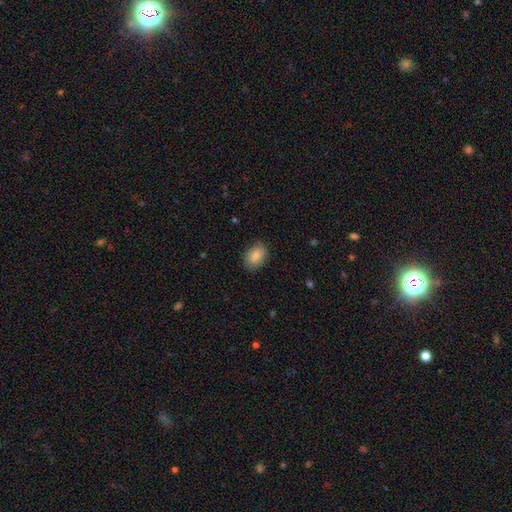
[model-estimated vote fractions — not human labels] A smooth galaxy with no disk features (87%) that is in between round and cigar-shaped (82%). Merging: none (83%).